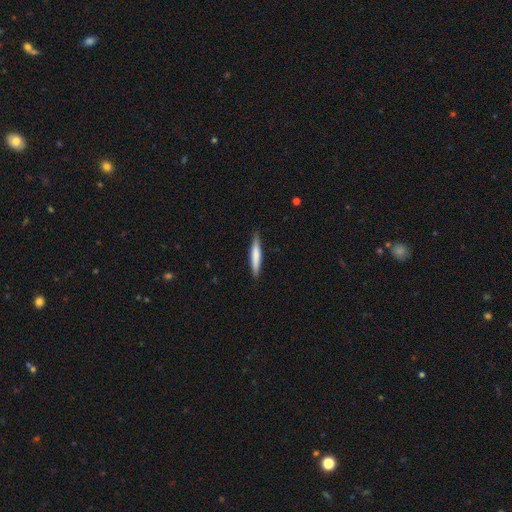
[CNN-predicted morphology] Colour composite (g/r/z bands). It shows a smooth galaxy with no disk features (66%) that is cigar-shaped (93%). Merging: none (88%).